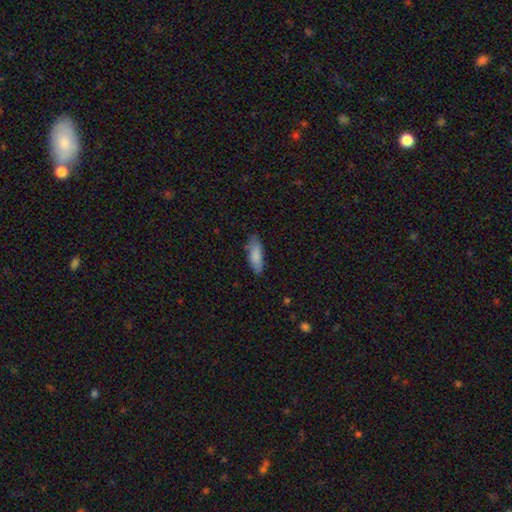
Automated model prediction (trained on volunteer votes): smooth-or-featured: smooth: 83% | featured or disk: 11% | star or artifact: 6%
  how-rounded: in between: 62% | cigar-shaped: 37% | round: 2%
  merging: none: 73% | minor disturbance: 21% | major disturbance: 4% | merger: 2%